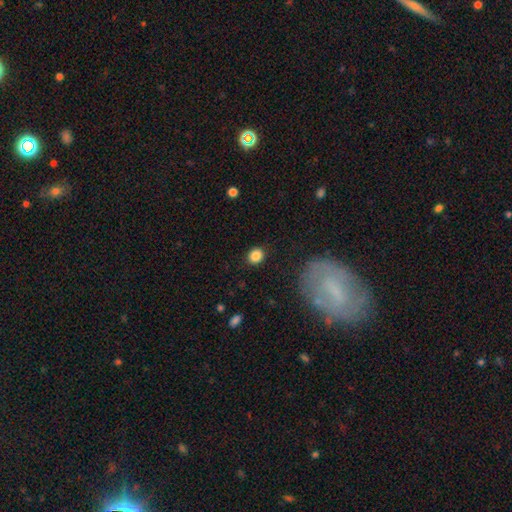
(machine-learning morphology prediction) Smooth or featured? Predicted: smooth (p=0.86). How rounded? Predicted: round (p=0.72). Merging? Predicted: none (p=0.88).